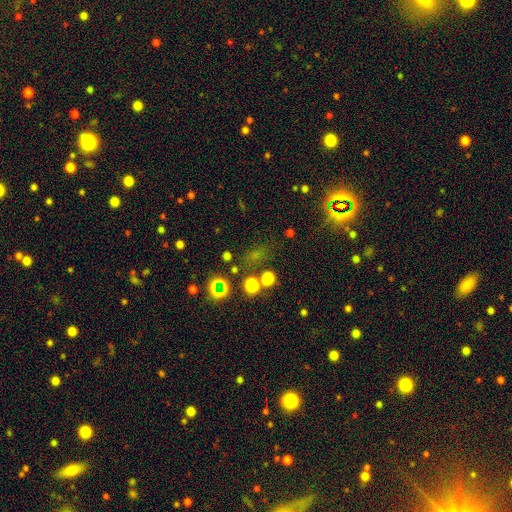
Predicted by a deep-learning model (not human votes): Morphology: type=star or artifact (47%).